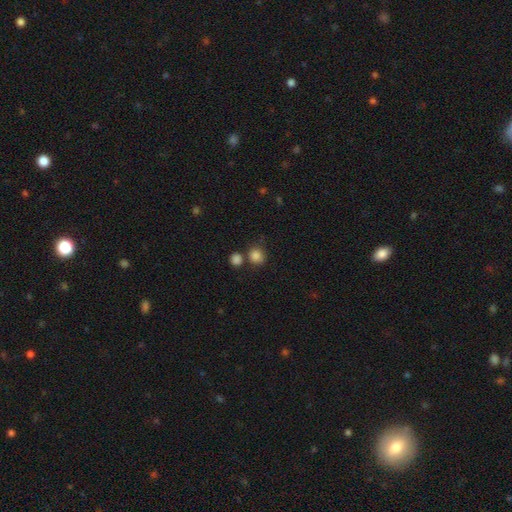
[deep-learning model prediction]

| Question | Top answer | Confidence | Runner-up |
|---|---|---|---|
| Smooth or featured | smooth | 85% | star or artifact (11%) |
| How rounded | round | 83% | in between (16%) |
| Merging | none | 67% | merger (19%) |